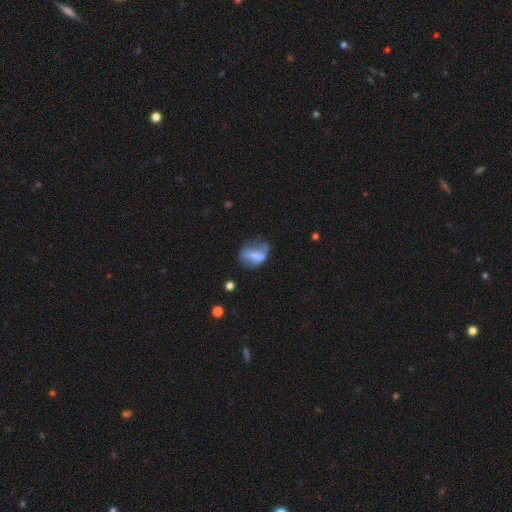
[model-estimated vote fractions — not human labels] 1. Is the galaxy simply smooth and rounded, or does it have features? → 54% smooth, 36% featured or disk, 10% star or artifact.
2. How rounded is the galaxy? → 68% in between, 26% round, 6% cigar-shaped.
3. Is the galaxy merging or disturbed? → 39% none, 29% minor disturbance, 24% major disturbance, 7% merger.